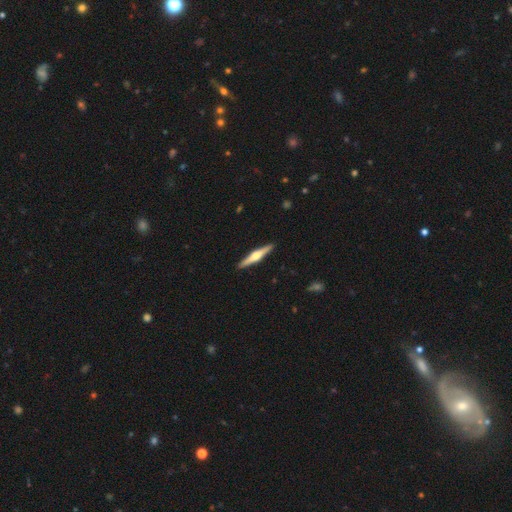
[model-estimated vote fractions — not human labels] Smooth or featured? featured or disk (71%)
Edge-on disk? yes (98%)
Edge-on bulge? rounded (91%)
Merging? none (92%)